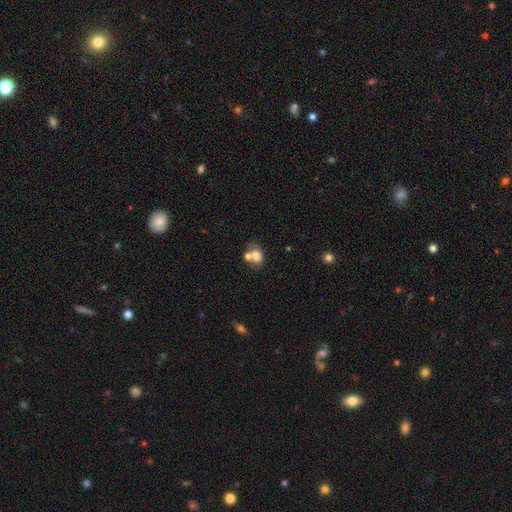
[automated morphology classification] Smooth or featured: smooth — 70% (featured or disk — 19%)
How rounded: in between — 67% (round — 32%)
Merging: merger — 44% (none — 36%)